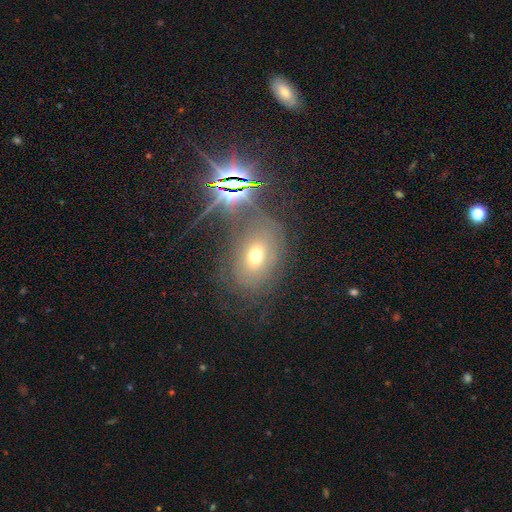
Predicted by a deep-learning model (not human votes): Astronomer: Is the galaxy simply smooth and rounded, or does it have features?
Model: smooth — 43% (runner-up: featured or disk, 29%).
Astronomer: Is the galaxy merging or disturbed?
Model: none — 65%.